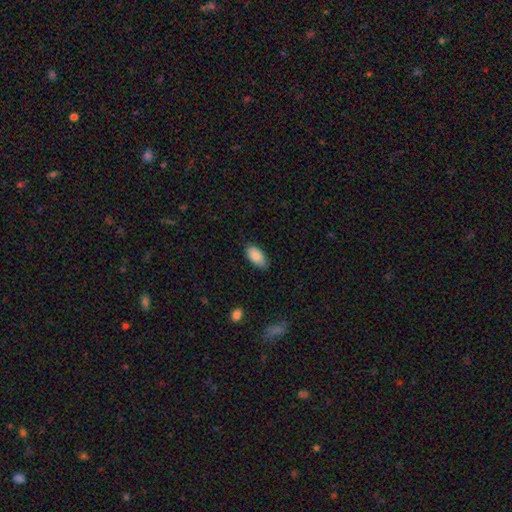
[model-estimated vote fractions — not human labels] This is clearly a smooth galaxy (87%). How rounded: clearly in between (94%). Merging: likely none (79%).